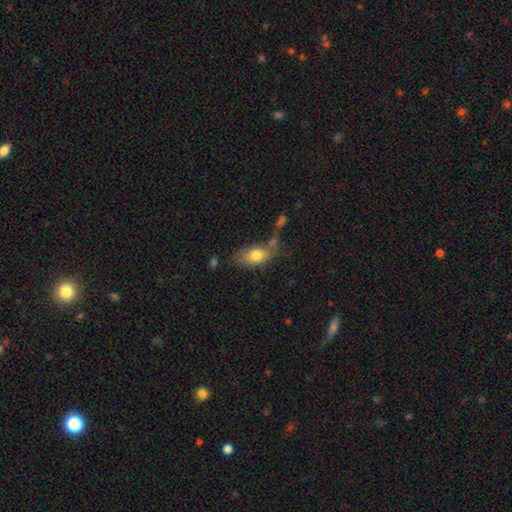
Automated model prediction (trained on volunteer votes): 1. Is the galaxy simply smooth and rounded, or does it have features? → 75% smooth, 17% featured or disk, 8% star or artifact.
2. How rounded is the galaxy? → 87% in between, 7% round, 6% cigar-shaped.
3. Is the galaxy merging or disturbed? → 44% none, 22% minor disturbance, 19% merger, 15% major disturbance.